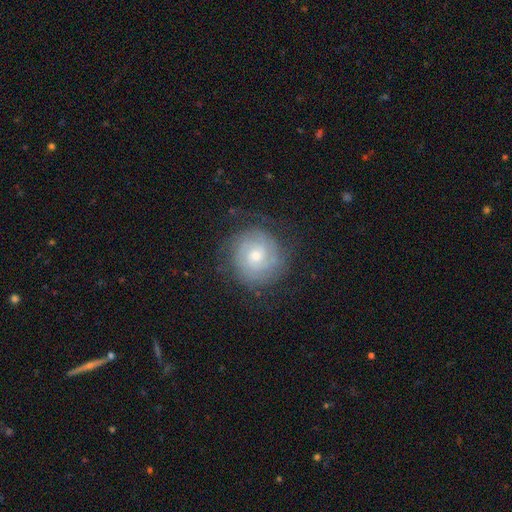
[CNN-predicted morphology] featured or disk 70%, smooth 22%, star or artifact 8%. Down the decision tree: edge-on disk — no (98%); bar — no (70%); spiral arms — yes (90%); spiral arm count — can't tell (43%); spiral winding — tight (74%); bulge size — moderate (48%); merging — none (76%).